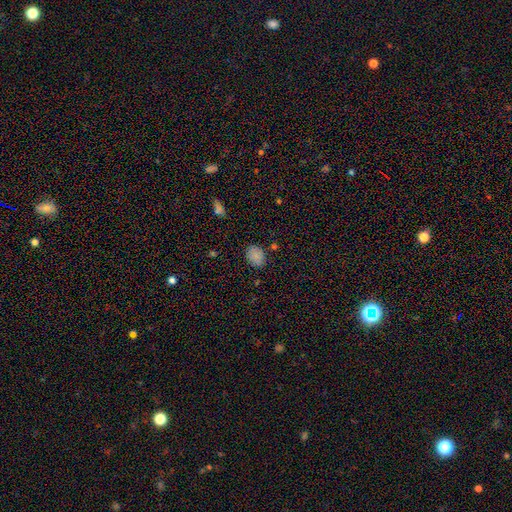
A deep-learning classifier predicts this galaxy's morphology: The model was most divided on "how rounded": in between: 57%, round: 42%, cigar-shaped: 1%. More confident: smooth or featured — smooth (83%); merging — none (82%).